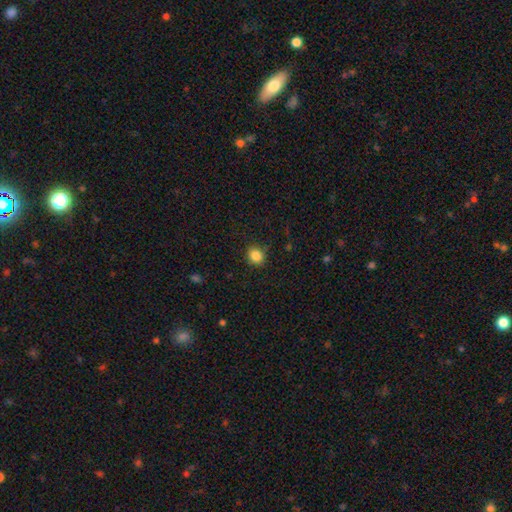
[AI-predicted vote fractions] smooth-or-featured: smooth: 85% | star or artifact: 11% | featured or disk: 4%
  how-rounded: round: 78% | in between: 21% | cigar-shaped: 1%
  merging: none: 87% | minor disturbance: 9% | major disturbance: 3% | merger: 1%